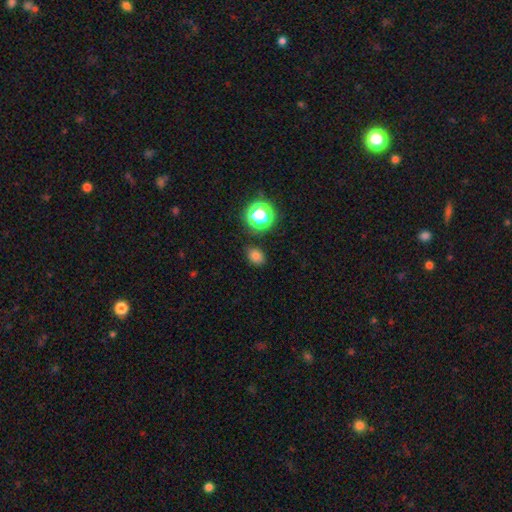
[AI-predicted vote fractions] Smooth or featured? smooth (77%)
How rounded? in between (58%)
Merging? none (83%)